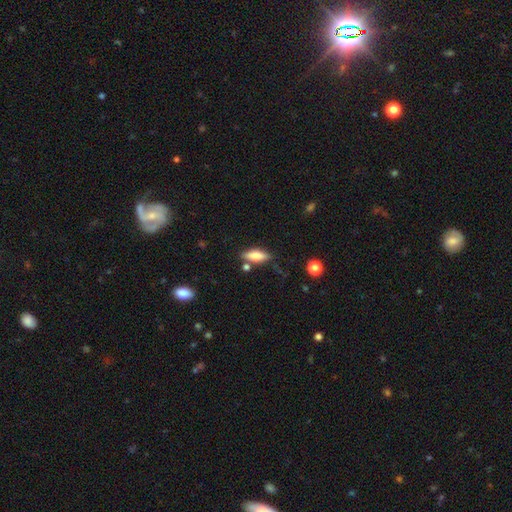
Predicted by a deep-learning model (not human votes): Q: Smooth or featured?
A: smooth (70%); runner-up: featured or disk (23%)
Q: How rounded?
A: in between (61%); runner-up: cigar-shaped (37%)
Q: Merging?
A: none (73%); runner-up: minor disturbance (16%)